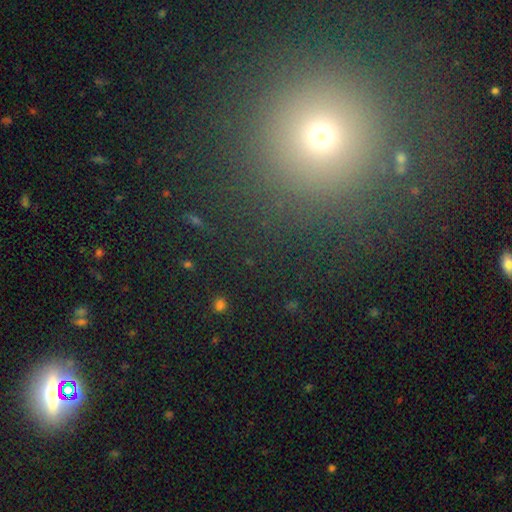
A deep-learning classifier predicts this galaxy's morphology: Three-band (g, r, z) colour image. It shows a smooth galaxy with no disk features (48%). Merging: none (86%).